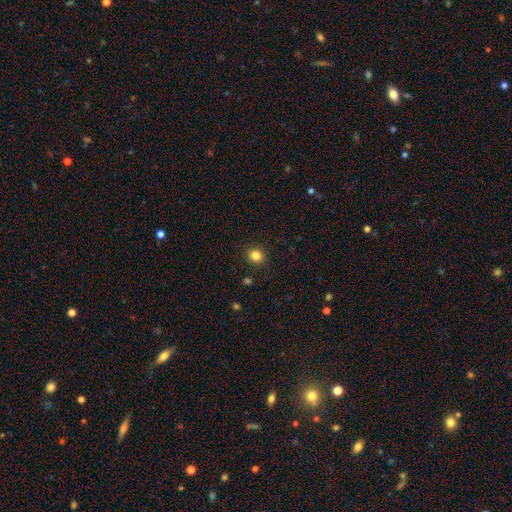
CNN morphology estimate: smooth_or_featured: smooth (p=0.84) [alt: star or artifact p=0.11]
how_rounded: round (p=0.74) [alt: in between p=0.25]
merging: none (p=0.90) [alt: minor disturbance p=0.06]